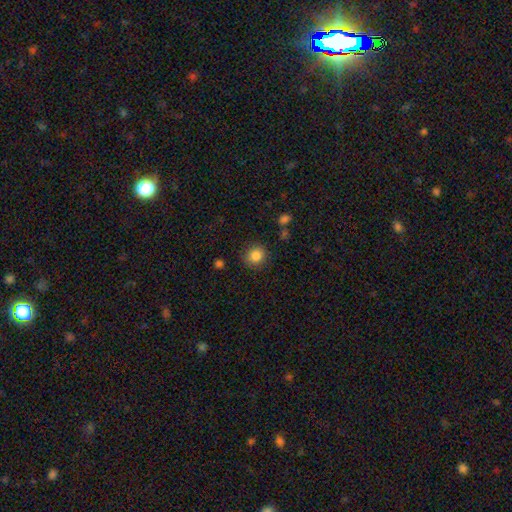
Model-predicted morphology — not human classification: Overall: smooth (85%). How rounded: round (89%). Merging: none (85%).